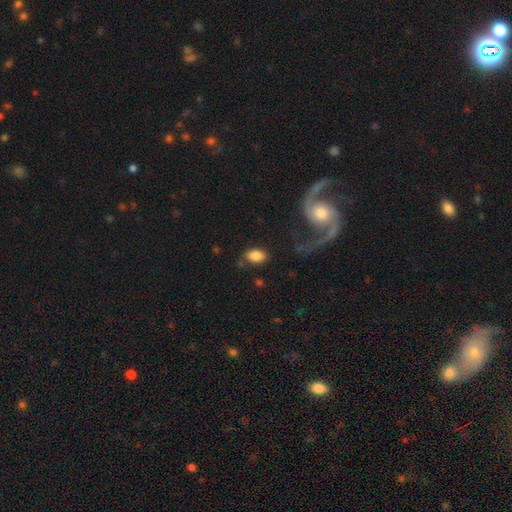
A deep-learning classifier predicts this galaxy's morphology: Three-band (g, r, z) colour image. It shows a smooth galaxy with no disk features (83%) that is in between round and cigar-shaped (87%). Merging: none (76%).